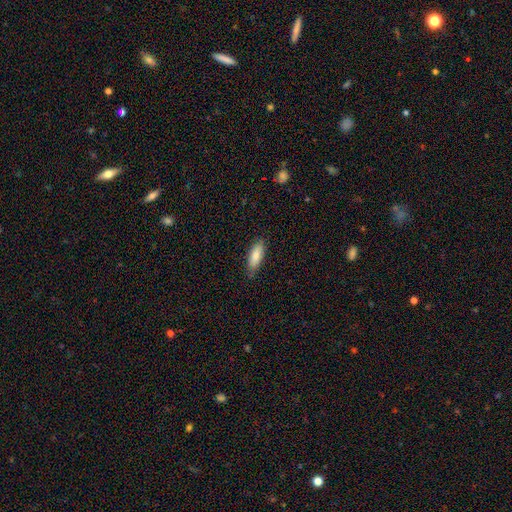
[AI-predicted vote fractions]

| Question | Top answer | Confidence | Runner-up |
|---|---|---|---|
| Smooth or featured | smooth | 84% | featured or disk (10%) |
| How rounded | in between | 67% | cigar-shaped (31%) |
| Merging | none | 79% | minor disturbance (17%) |